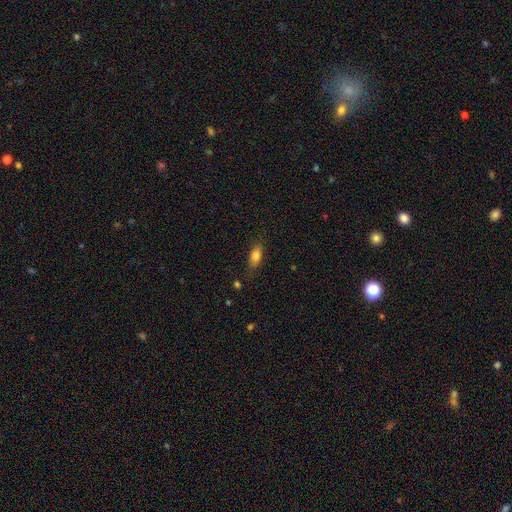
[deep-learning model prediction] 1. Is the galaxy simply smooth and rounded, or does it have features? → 79% smooth, 12% featured or disk, 8% star or artifact.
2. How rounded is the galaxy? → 78% in between, 18% cigar-shaped, 4% round.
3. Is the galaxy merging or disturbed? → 77% none, 17% minor disturbance, 4% major disturbance, 2% merger.